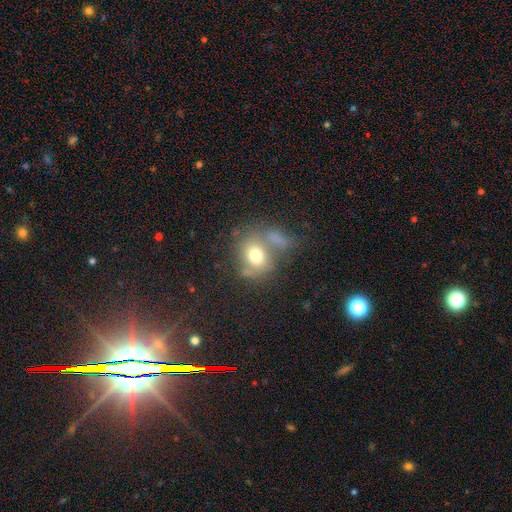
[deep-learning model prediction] Morphology: type=smooth (71%); roundness=round (57%); merging=none (42%).